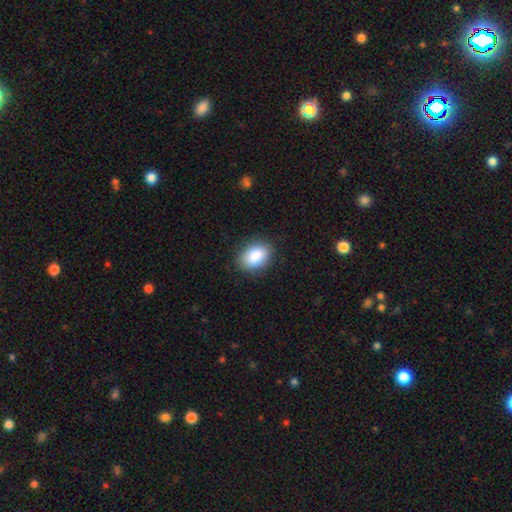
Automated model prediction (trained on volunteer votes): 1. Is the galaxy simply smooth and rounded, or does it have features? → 88% smooth, 7% star or artifact, 5% featured or disk.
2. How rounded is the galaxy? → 83% in between, 16% round, 1% cigar-shaped.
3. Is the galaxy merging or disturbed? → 86% none, 11% minor disturbance, 3% major disturbance, 1% merger.